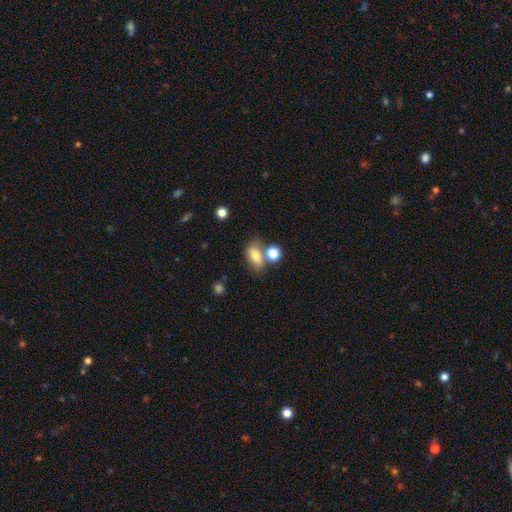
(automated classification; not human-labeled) smooth 74%, featured or disk 16%, star or artifact 10%. Down the decision tree: how rounded — in between (79%); merging — none (52%).